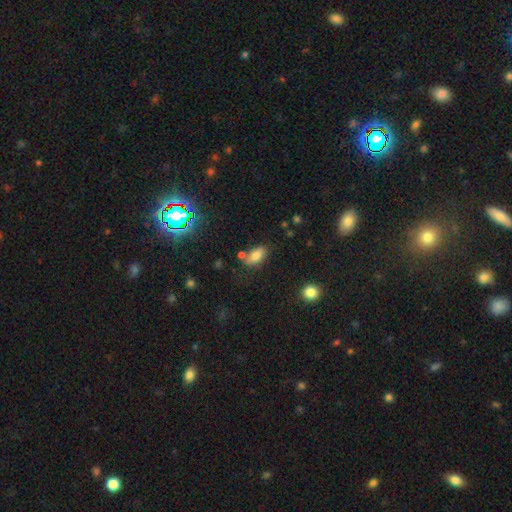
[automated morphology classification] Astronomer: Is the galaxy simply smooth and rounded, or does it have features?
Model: smooth — 79%.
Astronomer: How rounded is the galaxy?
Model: in between — 91%.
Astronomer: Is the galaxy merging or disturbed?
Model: none — 66%.